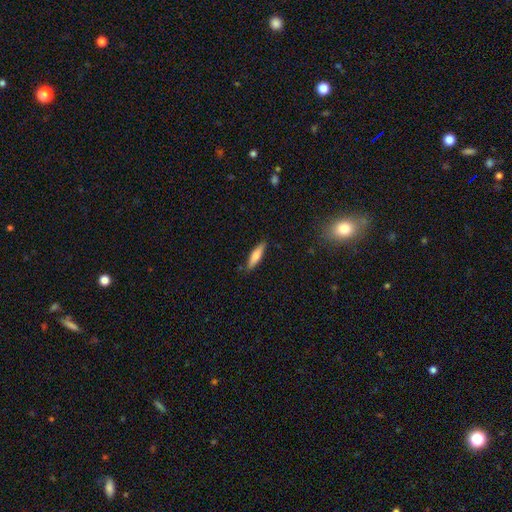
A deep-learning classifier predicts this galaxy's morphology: Q: Smooth or featured?
A: smooth (72%); runner-up: featured or disk (22%)
Q: How rounded?
A: cigar-shaped (69%); runner-up: in between (29%)
Q: Merging?
A: none (85%); runner-up: minor disturbance (11%)